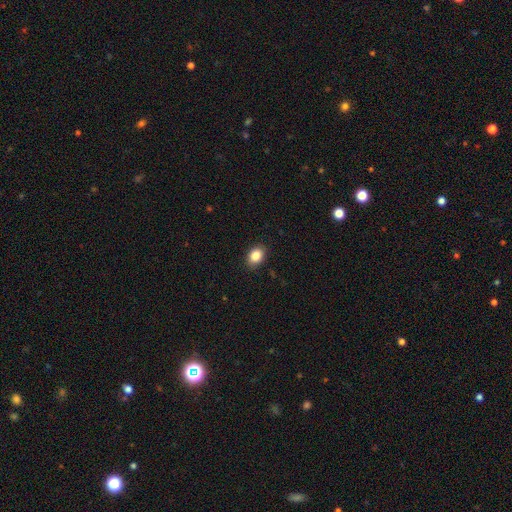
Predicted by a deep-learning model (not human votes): This is clearly a smooth galaxy (86%). How rounded: likely in between (69%). Merging: clearly none (89%).